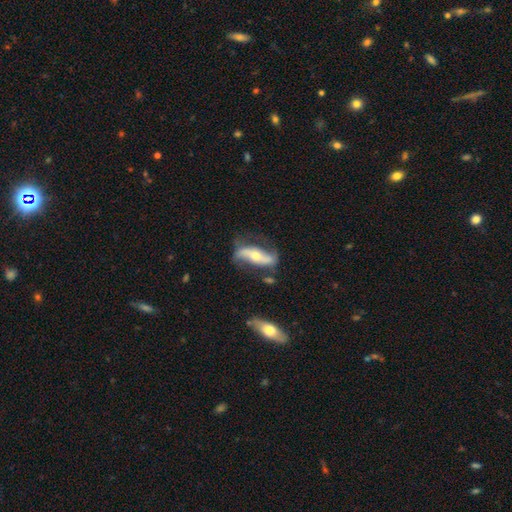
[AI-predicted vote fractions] Q: Smooth or featured?
A: featured or disk (72%); runner-up: smooth (23%)
Q: Edge-on disk?
A: no (77%); runner-up: yes (23%)
Q: Bar?
A: strong (41%); runner-up: no (39%)
Q: Spiral arms?
A: yes (82%); runner-up: no (18%)
Q: Bulge size?
A: moderate (58%); runner-up: small (36%)
Q: Merging?
A: none (63%); runner-up: minor disturbance (22%)